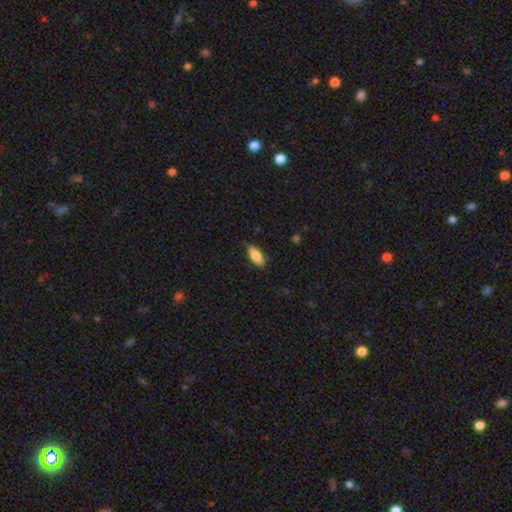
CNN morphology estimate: This appears to be a smooth galaxy with no disk features (79%) that is in between round and cigar-shaped (78%). Merging: none (76%).